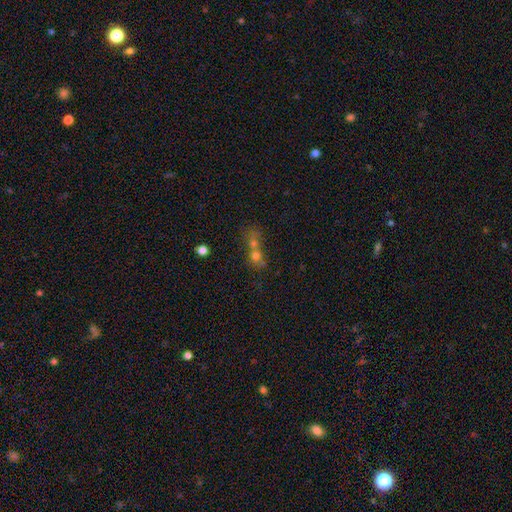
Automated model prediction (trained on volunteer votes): A smooth galaxy with no disk features (64%) that is round (71%).

Vote fractions:
- Smooth or featured? smooth: 64% / featured or disk: 19% / star or artifact: 17%
- How rounded? round: 71% / in between: 27% / cigar-shaped: 3%
- Merging? merger: 68% / none: 21% / major disturbance: 6% / minor disturbance: 5%